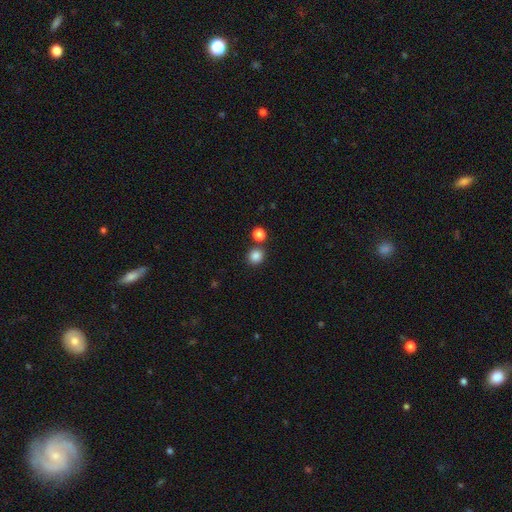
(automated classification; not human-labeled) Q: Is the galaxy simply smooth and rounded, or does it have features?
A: smooth — 85%.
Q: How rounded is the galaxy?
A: round — 85%.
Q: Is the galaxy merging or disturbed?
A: none — 78%.